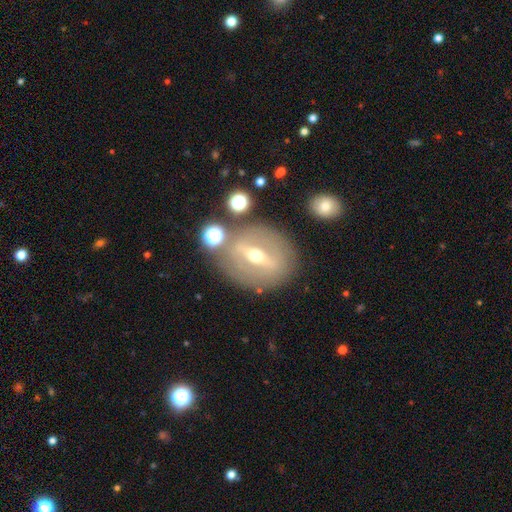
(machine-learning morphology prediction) The model was most divided on "bar": strong: 62%, weak: 27%, no: 11%. More confident: edge-on disk — no (78%); spiral arms — no (77%); merging — none (76%); smooth or featured — featured or disk (69%); bulge size — moderate (67%).